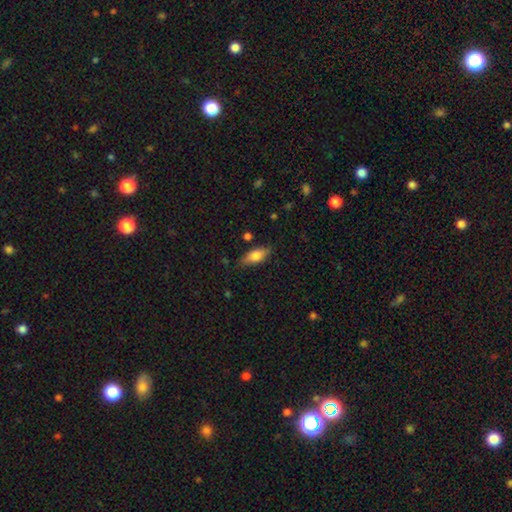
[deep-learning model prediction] Overall: smooth (74%). How rounded: in between (78%). Merging: none (78%).